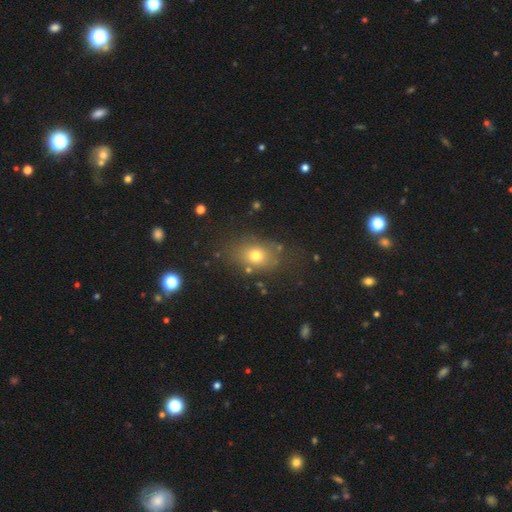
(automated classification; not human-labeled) Overall: smooth (71%). How rounded: in between (69%). Merging: none (75%).